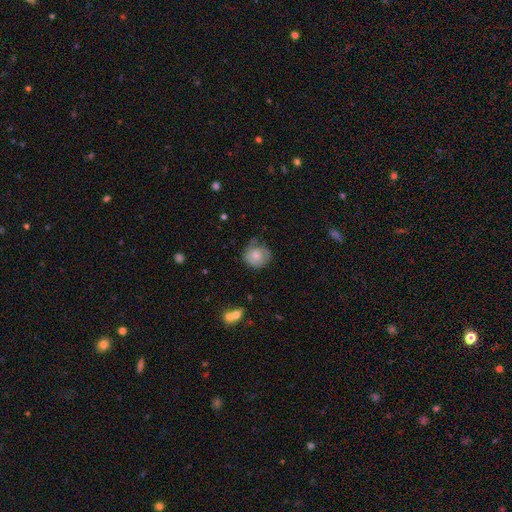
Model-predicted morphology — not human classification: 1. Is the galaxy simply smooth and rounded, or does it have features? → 65% smooth, 27% featured or disk, 8% star or artifact.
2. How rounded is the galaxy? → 82% round, 17% in between, 1% cigar-shaped.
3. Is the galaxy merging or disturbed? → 57% none, 31% minor disturbance, 10% major disturbance, 3% merger.